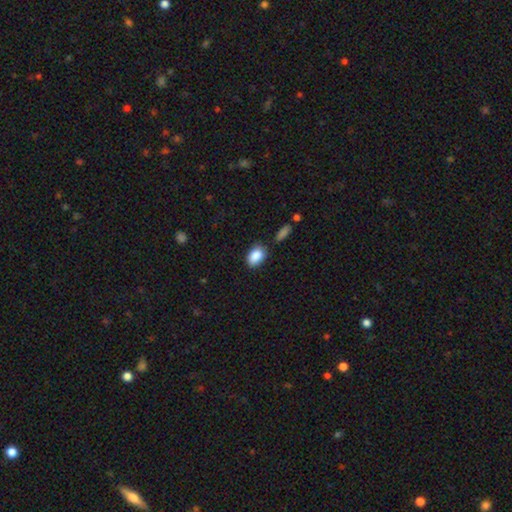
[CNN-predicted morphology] Q: Smooth or featured?
A: smooth (88%); runner-up: star or artifact (7%)
Q: How rounded?
A: in between (86%); runner-up: round (12%)
Q: Merging?
A: none (75%); runner-up: minor disturbance (16%)